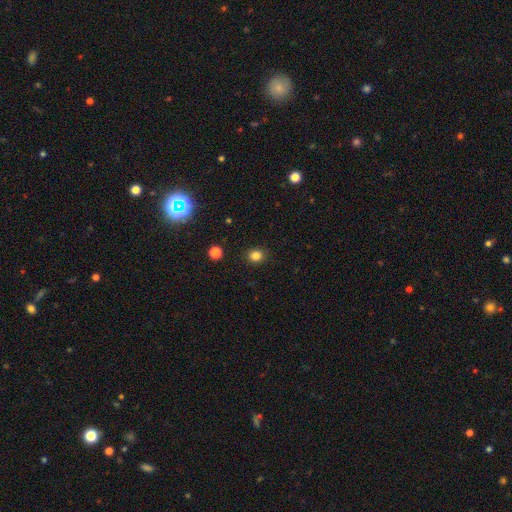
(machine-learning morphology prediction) Smooth or featured? smooth (83%)
How rounded? round (81%)
Merging? none (90%)